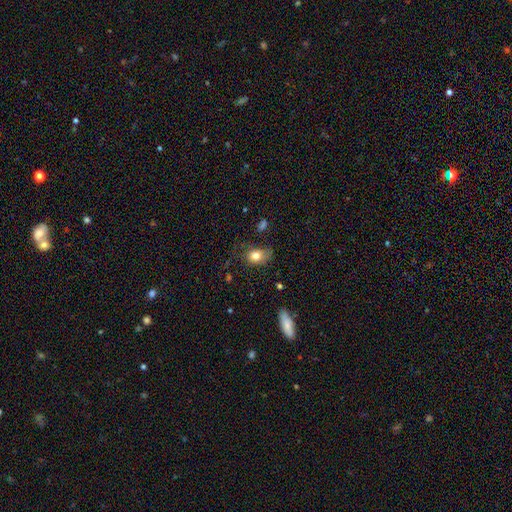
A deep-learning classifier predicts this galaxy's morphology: Smooth or featured?
  - smooth: 77% *
  - featured or disk: 14%
  - star or artifact: 9%
How rounded?
  - in between: 65% *
  - round: 34%
  - cigar-shaped: 1%
Merging?
  - none: 51% *
  - minor disturbance: 29%
  - major disturbance: 18%
  - merger: 2%